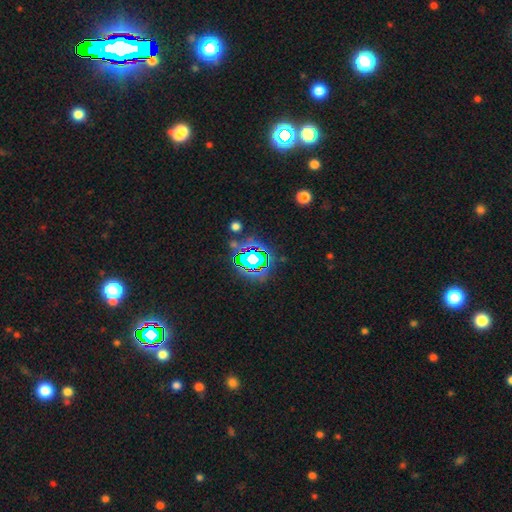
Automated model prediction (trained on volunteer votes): Smooth or featured?
  - star or artifact: 81% *
  - smooth: 12%
  - featured or disk: 8%